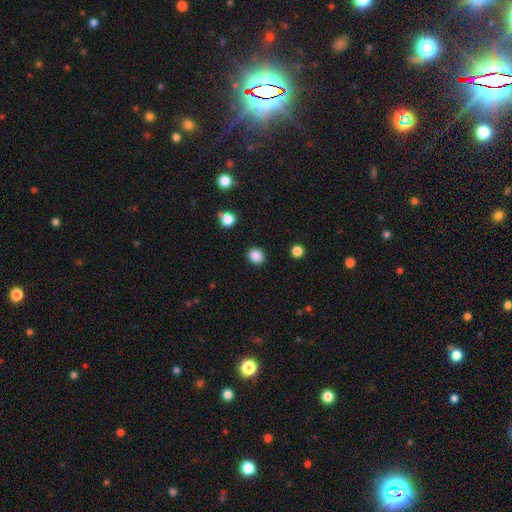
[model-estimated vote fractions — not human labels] Morphology: type=smooth (87%); roundness=round (57%); merging=none (89%).